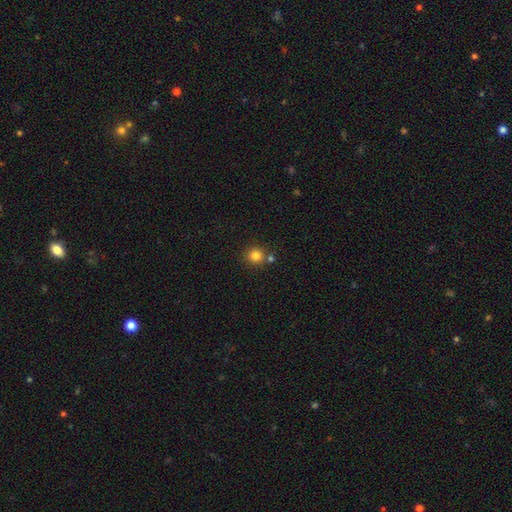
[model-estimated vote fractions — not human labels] Overall: smooth (82%). How rounded: round (90%). Merging: none (74%).